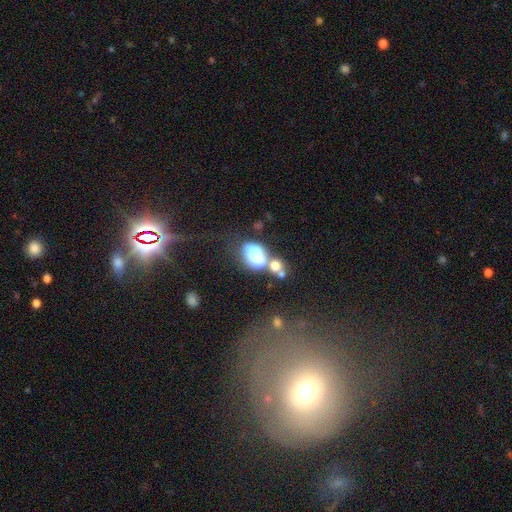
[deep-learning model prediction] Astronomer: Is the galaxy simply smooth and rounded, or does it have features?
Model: smooth — 59%.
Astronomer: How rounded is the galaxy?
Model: in between — 77%.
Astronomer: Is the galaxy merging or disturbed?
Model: merger — 51%.